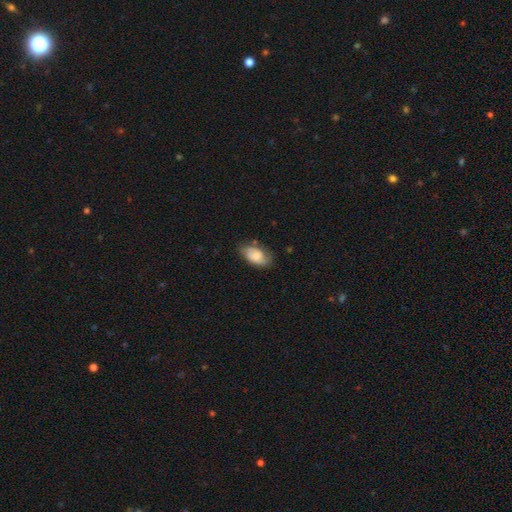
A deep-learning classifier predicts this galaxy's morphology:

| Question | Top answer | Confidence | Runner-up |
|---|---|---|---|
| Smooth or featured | smooth | 60% | featured or disk (33%) |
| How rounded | in between | 91% | round (6%) |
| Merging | none | 64% | minor disturbance (27%) |